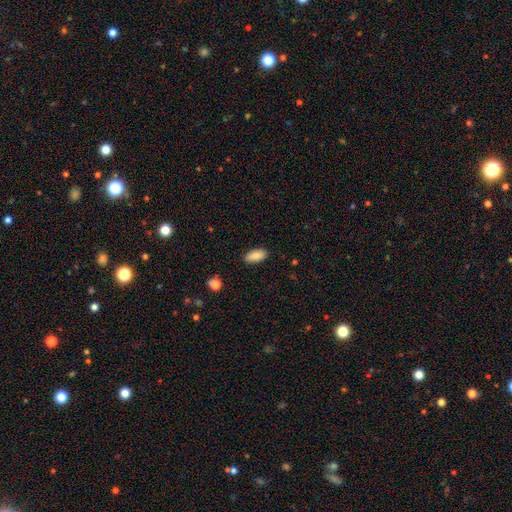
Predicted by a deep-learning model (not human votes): This appears to be a smooth galaxy with no disk features (86%) that is in between round and cigar-shaped (92%). Merging: none (88%).